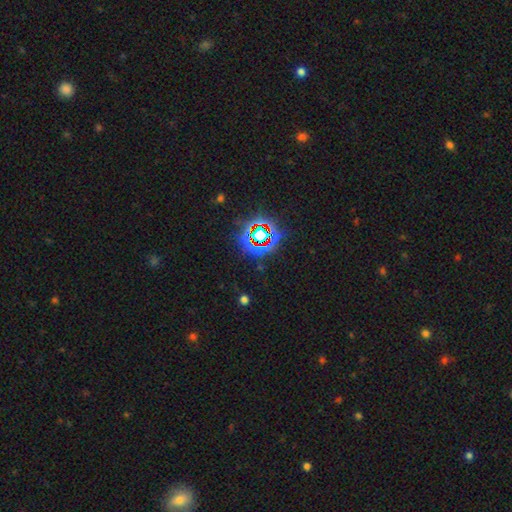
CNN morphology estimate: Smooth or featured?
  - star or artifact: 62% *
  - smooth: 24%
  - featured or disk: 14%